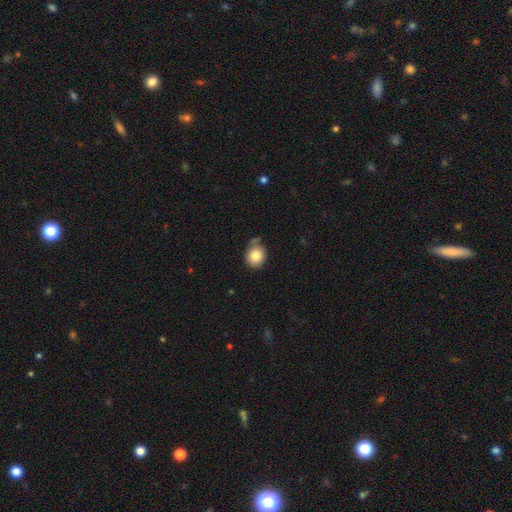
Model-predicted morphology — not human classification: Overall: smooth (83%). How rounded: round (77%). Merging: none (68%).